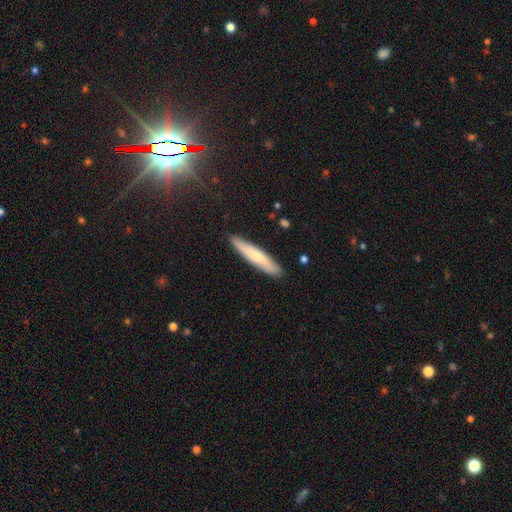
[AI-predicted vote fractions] Smooth or featured? Predicted: smooth (p=0.67). How rounded? Predicted: cigar-shaped (p=0.88). Merging? Predicted: none (p=0.89).